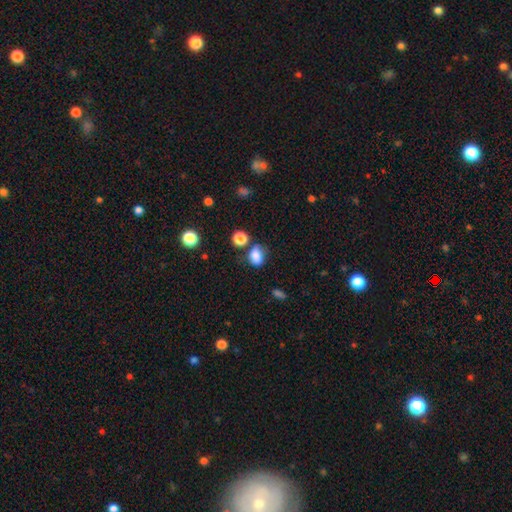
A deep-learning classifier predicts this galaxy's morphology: Smooth or featured: smooth — 82% (star or artifact — 11%)
How rounded: in between — 69% (round — 29%)
Merging: none — 55% (minor disturbance — 24%)